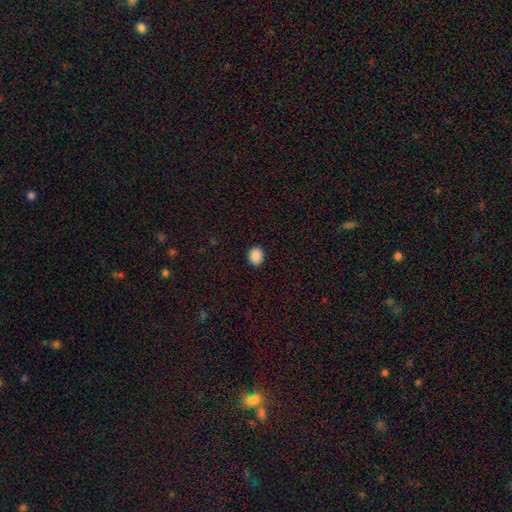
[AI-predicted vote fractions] Smooth or featured? smooth (89%)
How rounded? round (75%)
Merging? none (91%)